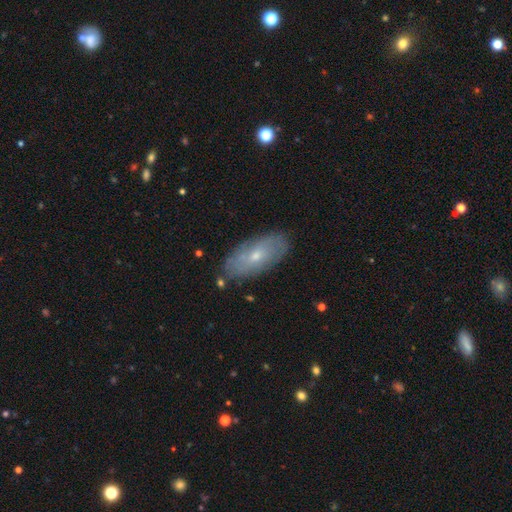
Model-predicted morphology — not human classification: Smooth or featured? Predicted: smooth (p=0.46, tied with featured or disk). Merging? Predicted: none (p=0.83).